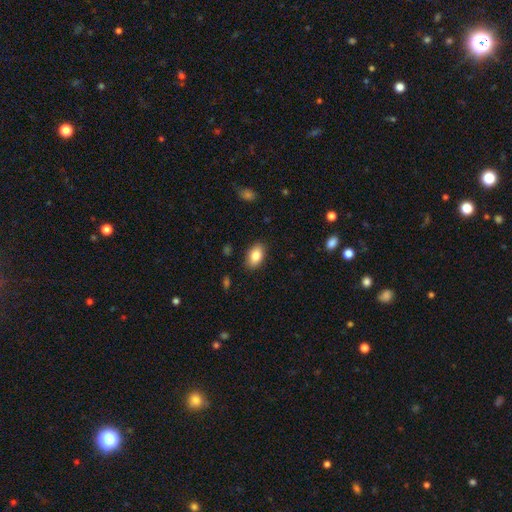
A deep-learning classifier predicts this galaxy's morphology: Smooth or featured? smooth (84%)
How rounded? in between (91%)
Merging? none (86%)